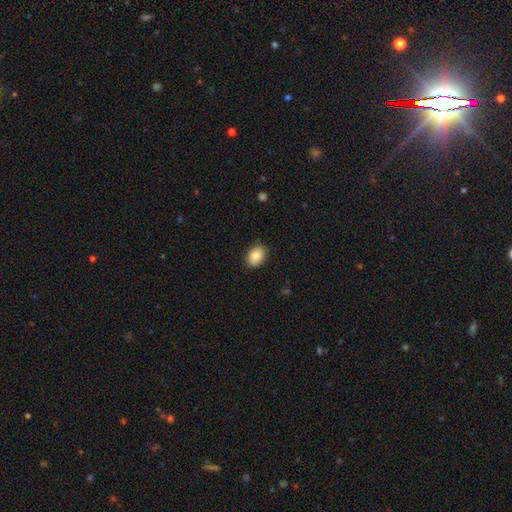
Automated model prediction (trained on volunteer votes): smooth-or-featured: smooth: 84% | featured or disk: 8% | star or artifact: 8%
  how-rounded: in between: 75% | round: 24% | cigar-shaped: 1%
  merging: none: 87% | minor disturbance: 10% | major disturbance: 2% | merger: 1%